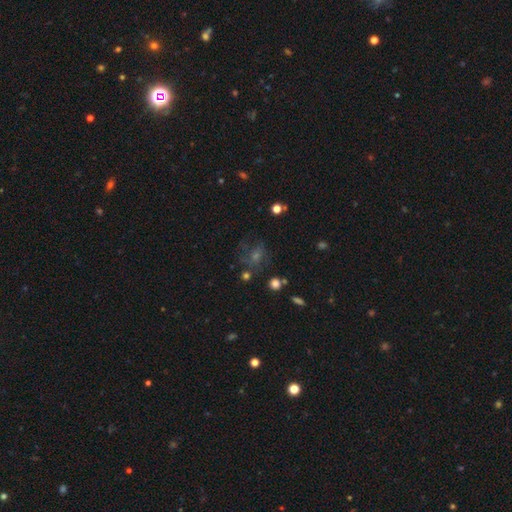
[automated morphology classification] star or artifact 35%, featured or disk 34%, smooth 32%.